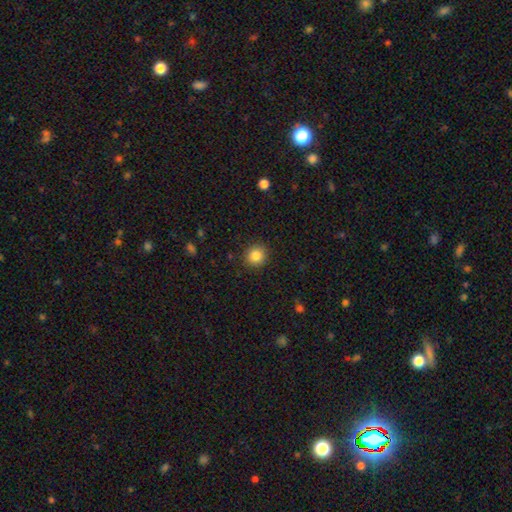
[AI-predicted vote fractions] Q: Smooth or featured?
A: smooth (85%); runner-up: star or artifact (10%)
Q: How rounded?
A: round (90%); runner-up: in between (9%)
Q: Merging?
A: none (91%); runner-up: minor disturbance (6%)